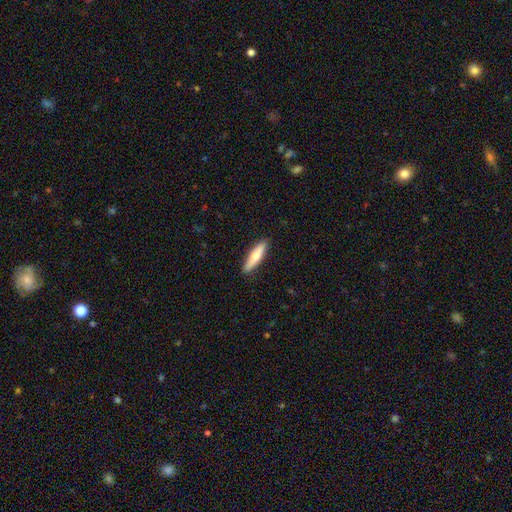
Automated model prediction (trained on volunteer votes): smooth_or_featured: smooth (p=0.65) [alt: featured or disk p=0.30]
how_rounded: cigar-shaped (p=0.81) [alt: in between p=0.17]
merging: none (p=0.90) [alt: minor disturbance p=0.08]